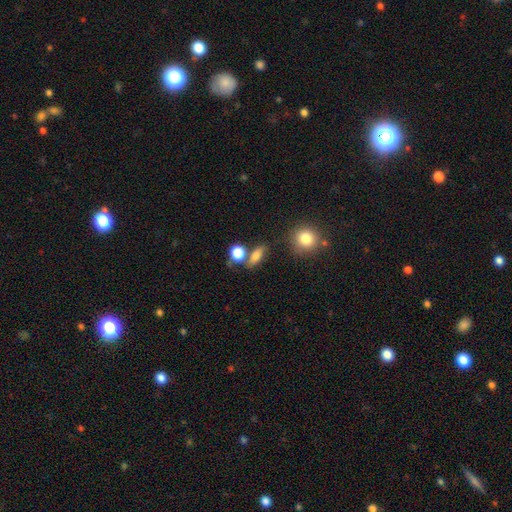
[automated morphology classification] Smooth or featured: smooth — 75% (featured or disk — 14%)
How rounded: in between — 59% (round — 23%)
Merging: none — 64% (merger — 16%)